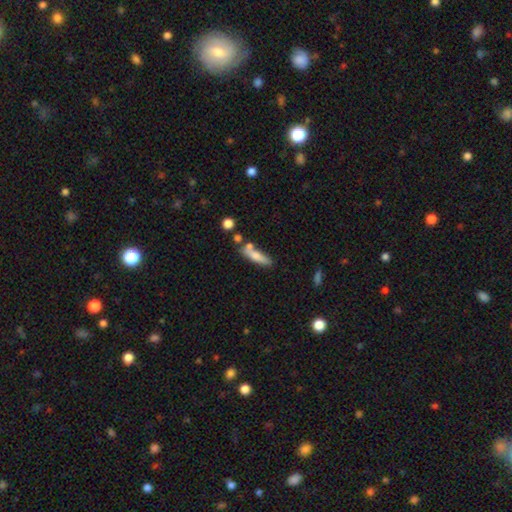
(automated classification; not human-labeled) Smooth or featured: smooth — 67% (featured or disk — 25%)
How rounded: cigar-shaped — 72% (in between — 26%)
Merging: none — 57% (merger — 18%)